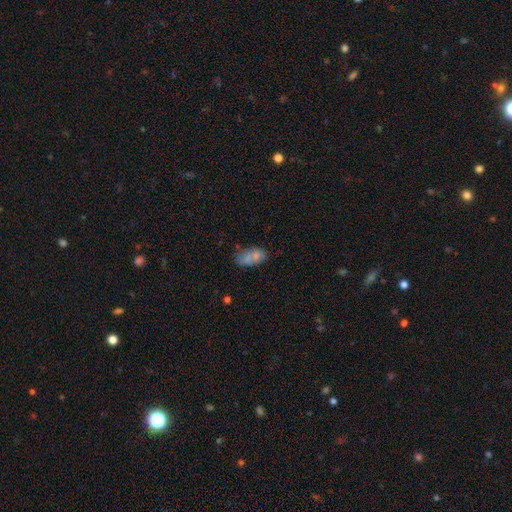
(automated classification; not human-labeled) Overall: smooth (59%; featured or disk 25%). How rounded: in between (86%). Merging: none (54%; minor disturbance 21%).